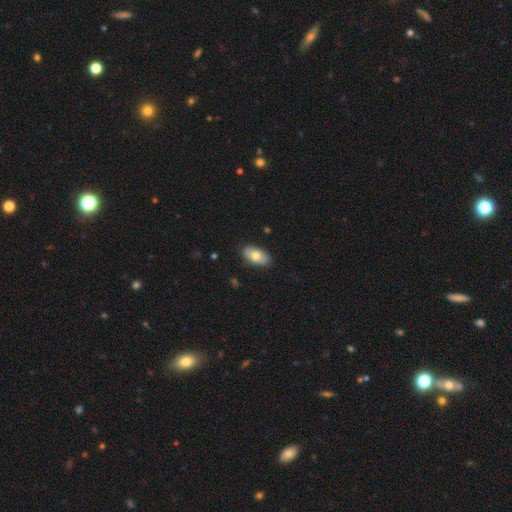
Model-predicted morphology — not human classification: smooth 72%, featured or disk 22%, star or artifact 6%. Down the decision tree: how rounded — in between (93%); merging — none (87%).